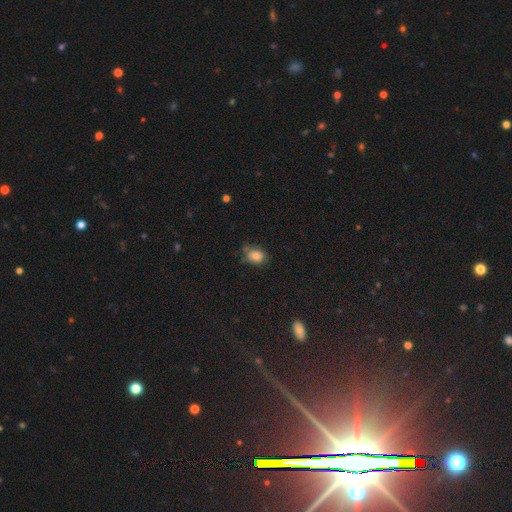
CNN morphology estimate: This is clearly a smooth galaxy (81%). How rounded: possibly in between (59%). Merging: possibly none (49%).